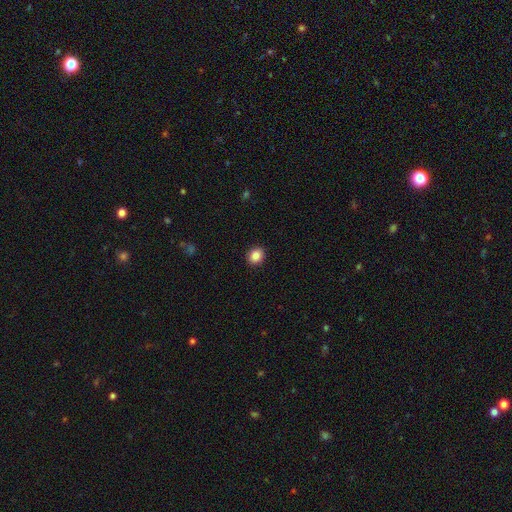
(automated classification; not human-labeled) A smooth galaxy with no disk features (86%) that is round (75%). Merging: none (92%).